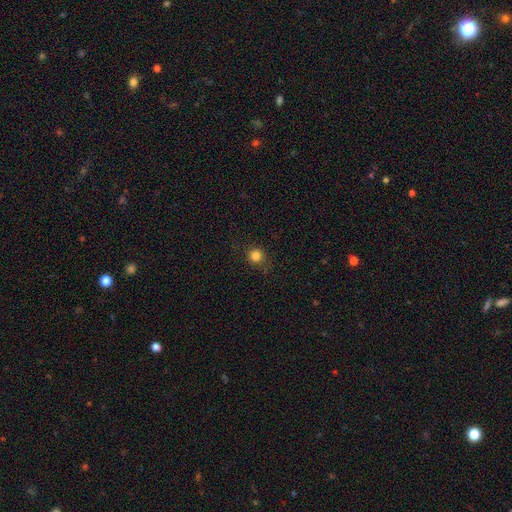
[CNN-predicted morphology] Q: Smooth or featured?
A: smooth (82%); runner-up: star or artifact (13%)
Q: How rounded?
A: round (93%); runner-up: in between (6%)
Q: Merging?
A: none (87%); runner-up: minor disturbance (9%)